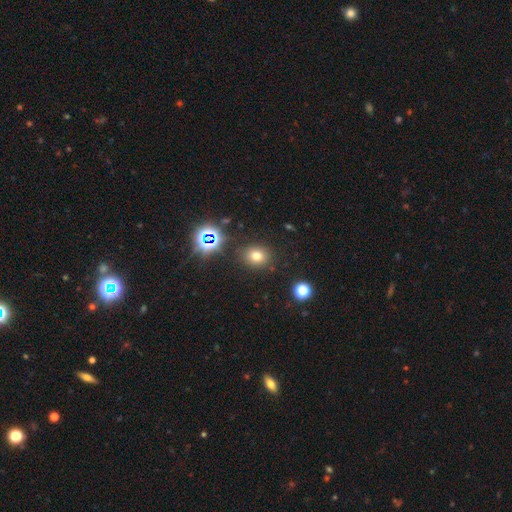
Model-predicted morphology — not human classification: smooth_or_featured: smooth (p=0.69) [alt: star or artifact p=0.22]
how_rounded: round (p=0.64) [alt: in between p=0.35]
merging: none (p=0.84) [alt: minor disturbance p=0.09]